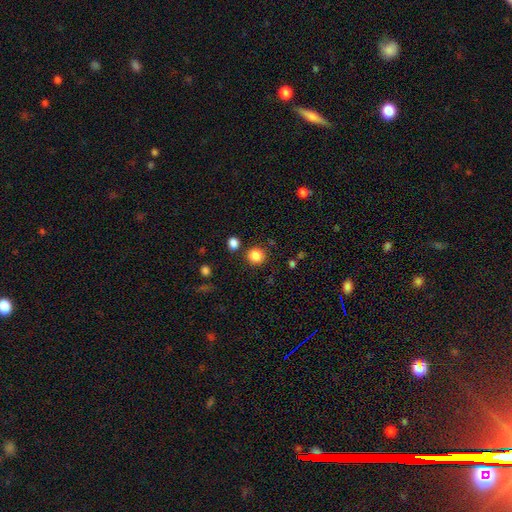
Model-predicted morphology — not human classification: Smooth or featured?
  - smooth: 85% *
  - star or artifact: 11%
  - featured or disk: 4%
How rounded?
  - round: 91% *
  - in between: 8%
  - cigar-shaped: 1%
Merging?
  - none: 85% *
  - minor disturbance: 7%
  - merger: 5%
  - major disturbance: 3%